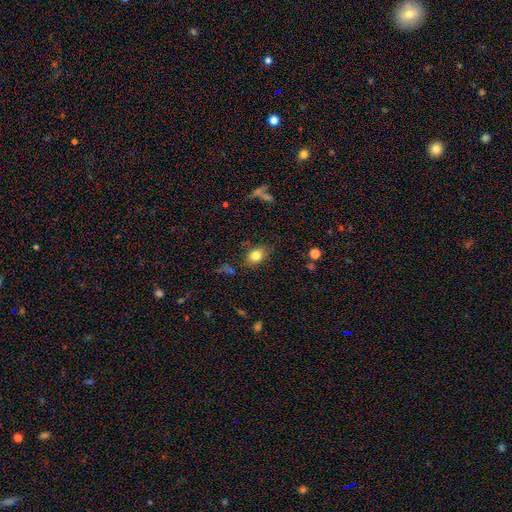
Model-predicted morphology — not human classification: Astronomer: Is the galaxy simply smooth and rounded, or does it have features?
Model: smooth — 81%.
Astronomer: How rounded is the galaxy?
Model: in between — 71%.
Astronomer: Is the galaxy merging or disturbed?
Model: none — 78%.